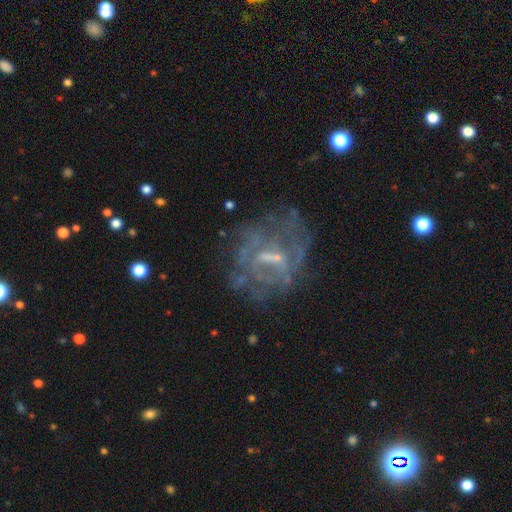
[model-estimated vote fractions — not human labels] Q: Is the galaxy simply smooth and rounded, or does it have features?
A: featured or disk — 68%.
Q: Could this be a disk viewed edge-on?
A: no — 96%.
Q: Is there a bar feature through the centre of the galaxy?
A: weak — 49%.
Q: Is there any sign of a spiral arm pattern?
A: yes — 50%, tied with no.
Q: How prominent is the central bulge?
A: small — 50%.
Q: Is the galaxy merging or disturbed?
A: none — 64%.